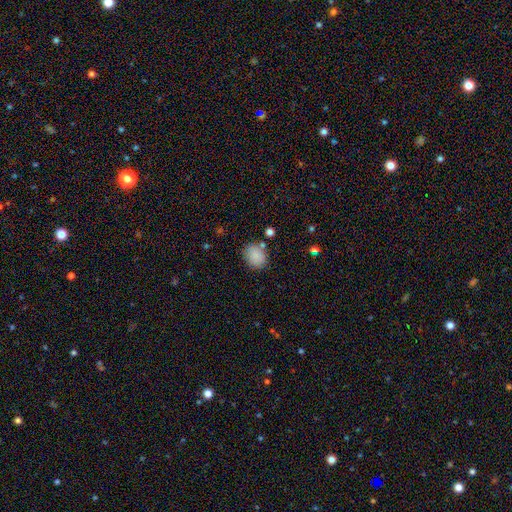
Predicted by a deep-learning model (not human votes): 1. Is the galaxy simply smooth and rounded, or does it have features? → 86% smooth, 9% star or artifact, 5% featured or disk.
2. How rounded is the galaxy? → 55% in between, 44% round, 1% cigar-shaped.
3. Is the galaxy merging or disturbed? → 76% none, 14% minor disturbance, 6% merger, 4% major disturbance.